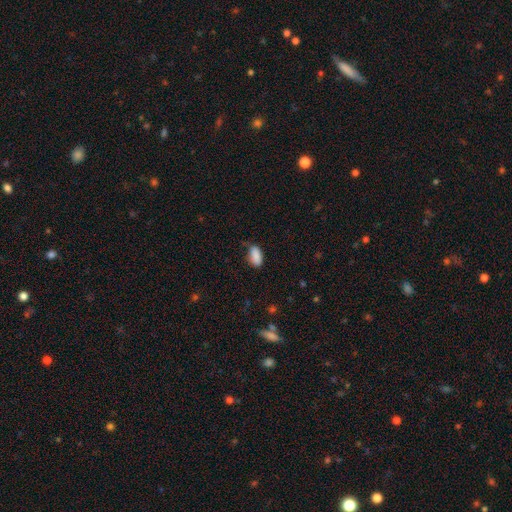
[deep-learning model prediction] This is clearly a smooth galaxy (88%). How rounded: clearly in between (93%). Merging: likely none (68%).